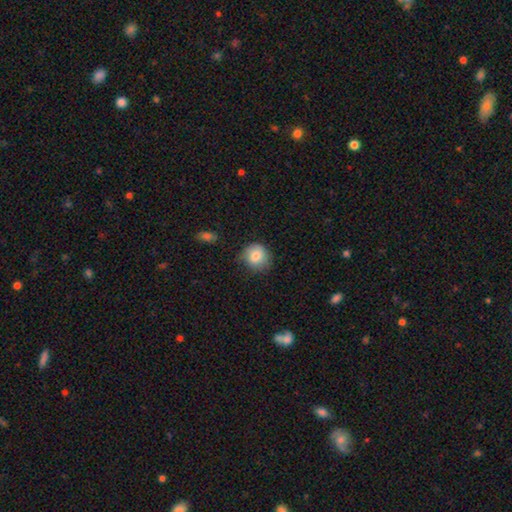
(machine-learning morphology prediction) smooth_or_featured: smooth (p=0.83) [alt: star or artifact p=0.09]
how_rounded: round (p=0.86) [alt: in between p=0.13]
merging: none (p=0.74) [alt: minor disturbance p=0.20]